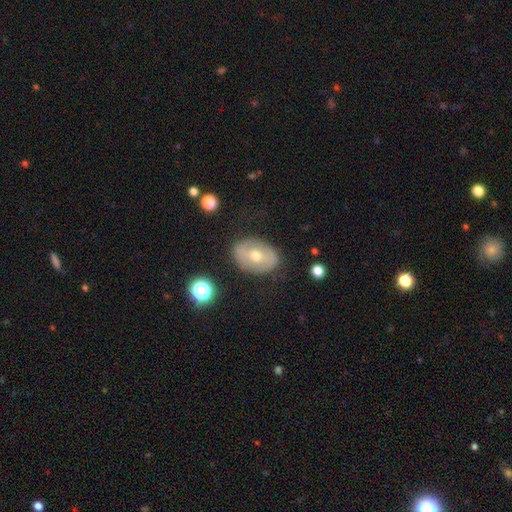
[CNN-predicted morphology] smooth_or_featured: featured or disk (p=0.50) [alt: smooth p=0.42]
merging: none (p=0.80) [alt: minor disturbance p=0.14]